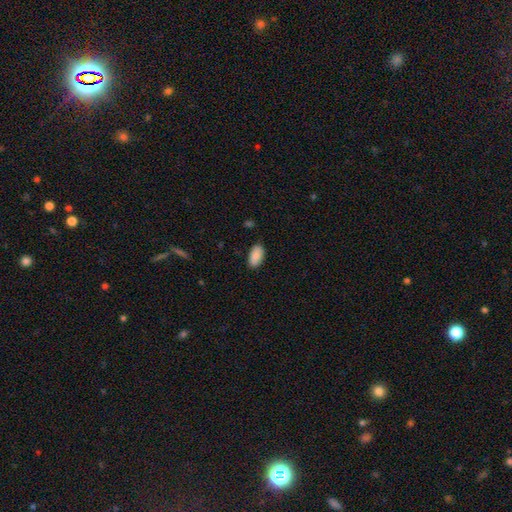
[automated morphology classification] smooth_or_featured: smooth (p=0.89) [alt: star or artifact p=0.06]
how_rounded: in between (p=0.94) [alt: cigar-shaped p=0.03]
merging: none (p=0.85) [alt: minor disturbance p=0.11]